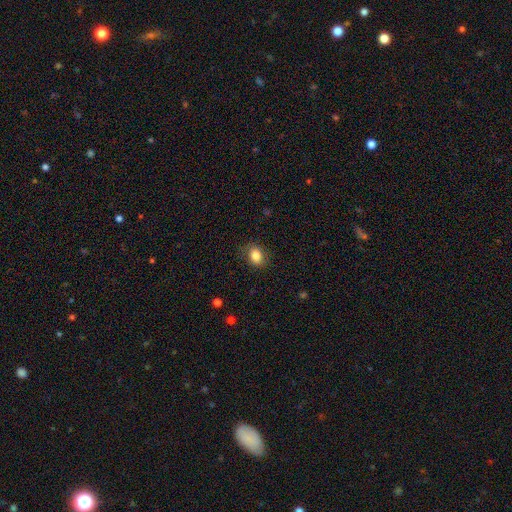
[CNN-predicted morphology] The model was most divided on "how rounded": in between: 63%, round: 36%, cigar-shaped: 1%. More confident: smooth or featured — smooth (83%); merging — none (83%).